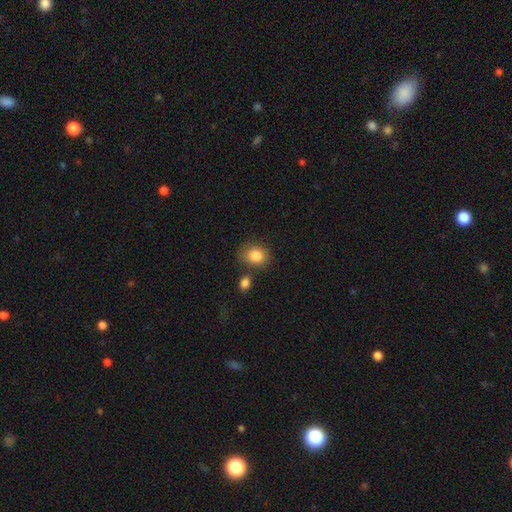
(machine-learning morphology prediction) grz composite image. It shows a smooth galaxy with no disk features (86%) that is round (51%). Merging: none (68%).